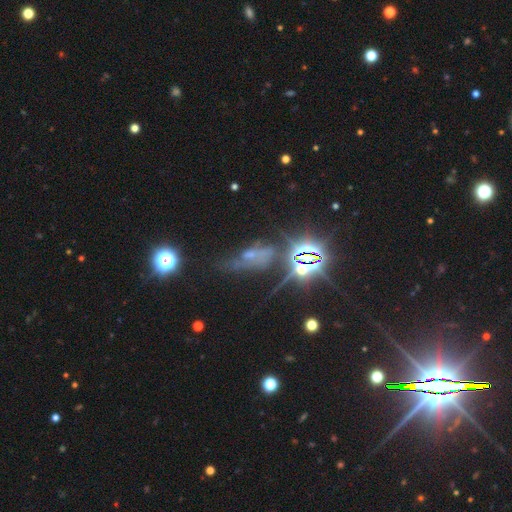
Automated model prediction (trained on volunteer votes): smooth-or-featured: star or artifact: 52% | featured or disk: 28% | smooth: 20%